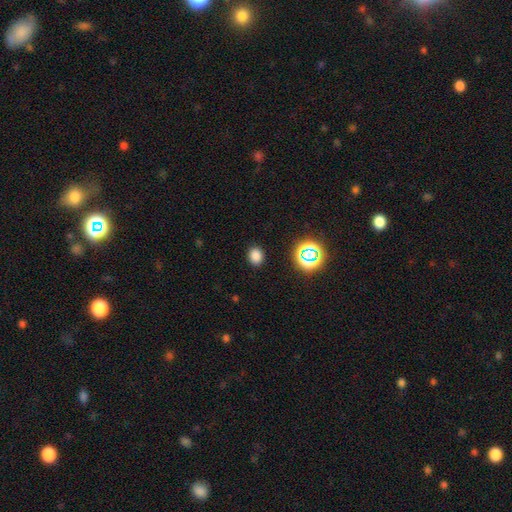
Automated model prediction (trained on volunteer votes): This is likely a smooth galaxy (78%). How rounded: possibly round (52%). Merging: clearly none (88%).